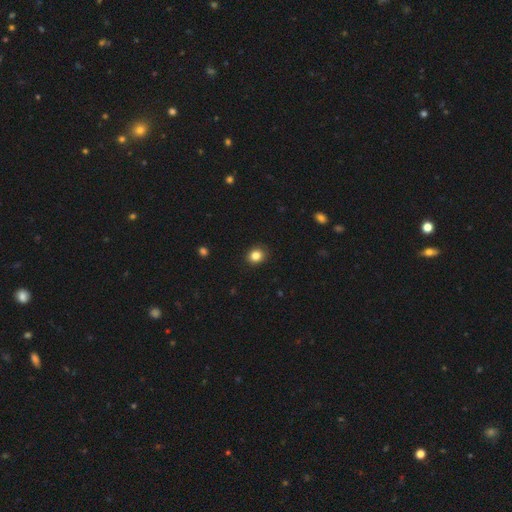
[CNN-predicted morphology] smooth_or_featured: smooth (p=0.84) [alt: star or artifact p=0.11]
how_rounded: round (p=0.75) [alt: in between p=0.24]
merging: none (p=0.90) [alt: minor disturbance p=0.07]